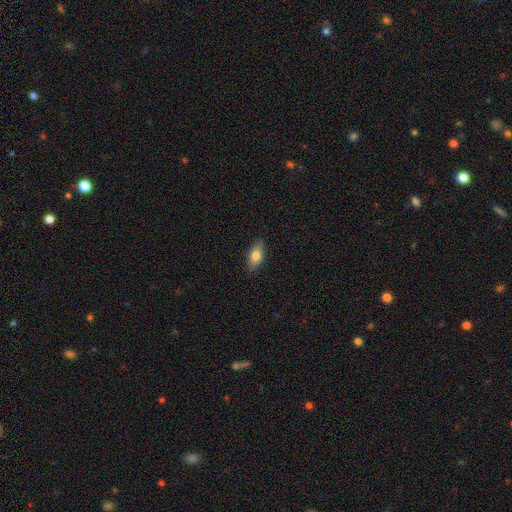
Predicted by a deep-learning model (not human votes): The model was most divided on "smooth or featured": smooth: 77%, featured or disk: 15%, star or artifact: 7%. More confident: merging — none (87%); how rounded — in between (85%).